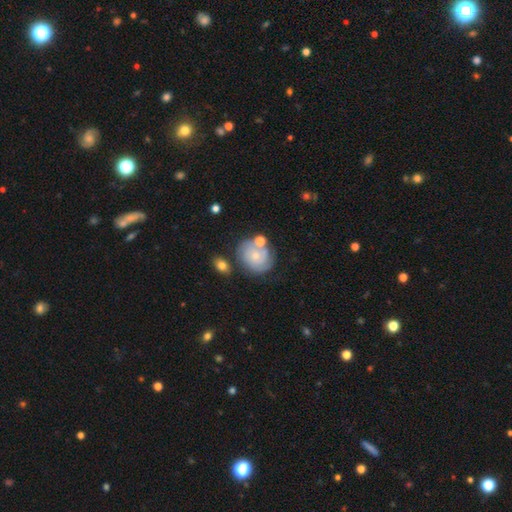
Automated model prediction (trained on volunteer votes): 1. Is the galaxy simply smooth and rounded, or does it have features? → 58% featured or disk, 34% smooth, 8% star or artifact.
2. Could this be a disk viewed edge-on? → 97% no, 3% yes.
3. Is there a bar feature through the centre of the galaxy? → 78% no, 19% weak, 3% strong.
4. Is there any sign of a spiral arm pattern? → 83% yes, 17% no.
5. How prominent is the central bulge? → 63% small, 28% moderate, 6% none, 2% large, 1% dominant.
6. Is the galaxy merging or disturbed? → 63% none, 18% minor disturbance, 12% merger, 7% major disturbance.